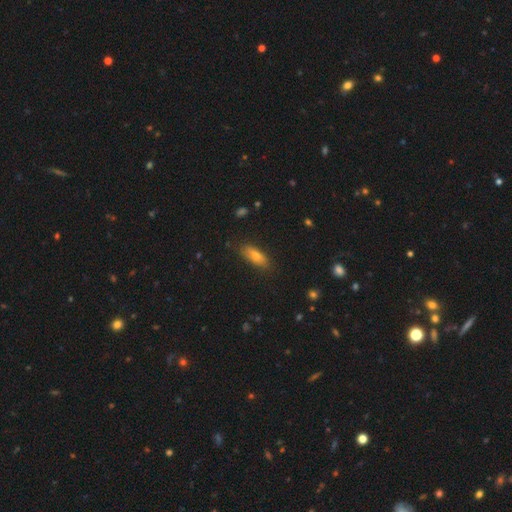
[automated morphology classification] A smooth galaxy with no disk features (71%) that is in between round and cigar-shaped (65%). Merging: none (84%).